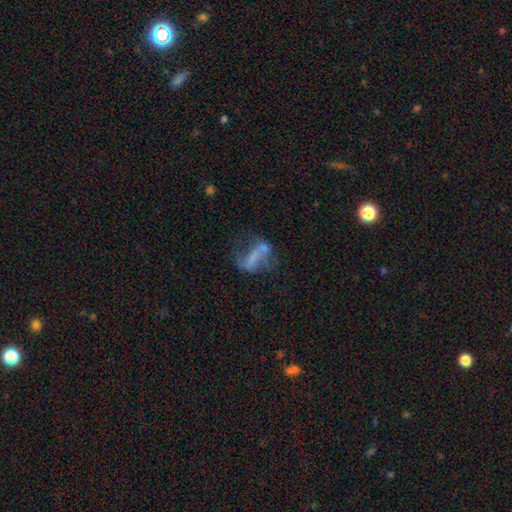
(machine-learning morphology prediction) Smooth or featured?
  - featured or disk: 52% *
  - smooth: 33%
  - star or artifact: 15%
Edge-on disk?
  - no: 94% *
  - yes: 6%
Merging?
  - none: 31% *
  - major disturbance: 30%
  - merger: 21%
  - minor disturbance: 18%